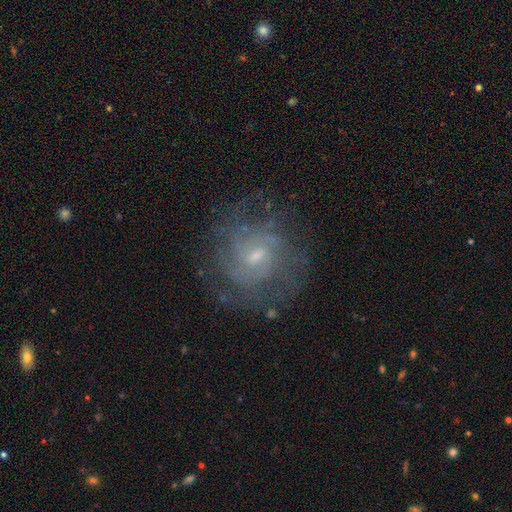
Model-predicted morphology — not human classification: Smooth or featured?
  - featured or disk: 76% *
  - smooth: 14%
  - star or artifact: 10%
Edge-on disk?
  - no: 97% *
  - yes: 3%
Bar?
  - weak: 48% *
  - no: 45%
  - strong: 7%
Spiral arms?
  - yes: 89% *
  - no: 11%
Spiral winding?
  - tight: 54% *
  - medium: 35%
  - loose: 10%
Spiral arm count?
  - can't tell: 44% *
  - 2: 18%
  - 3: 14%
  - 4: 12%
  - more than 4: 6%
  - 1: 5%
Bulge size?
  - small: 62% *
  - moderate: 31%
  - none: 4%
  - large: 1%
  - dominant: 1%
Merging?
  - none: 76% *
  - minor disturbance: 14%
  - major disturbance: 8%
  - merger: 1%